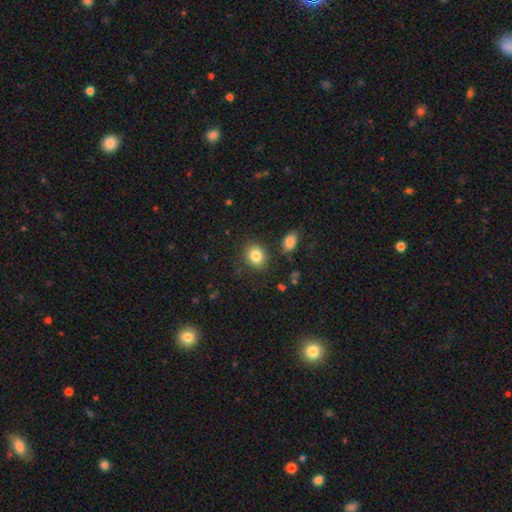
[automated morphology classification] smooth_or_featured: smooth (p=0.84) [alt: star or artifact p=0.09]
how_rounded: round (p=0.56) [alt: in between p=0.43]
merging: none (p=0.83) [alt: minor disturbance p=0.10]